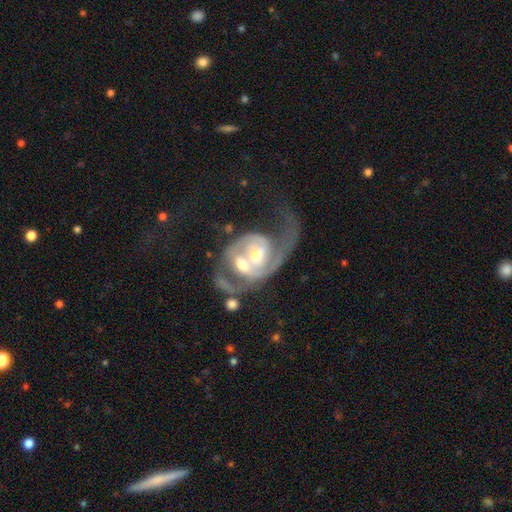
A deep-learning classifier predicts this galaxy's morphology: Smooth or featured: featured or disk — 82% (smooth — 12%)
Edge-on disk: no — 97% (yes — 3%)
Bar: no — 54% (weak — 33%)
Spiral arms: yes — 89% (no — 11%)
Spiral winding: medium — 39% (loose — 36%)
Spiral arm count: 2 — 59% (1 — 22%)
Bulge size: moderate — 64% (small — 21%)
Merging: merger — 66% (major disturbance — 16%)